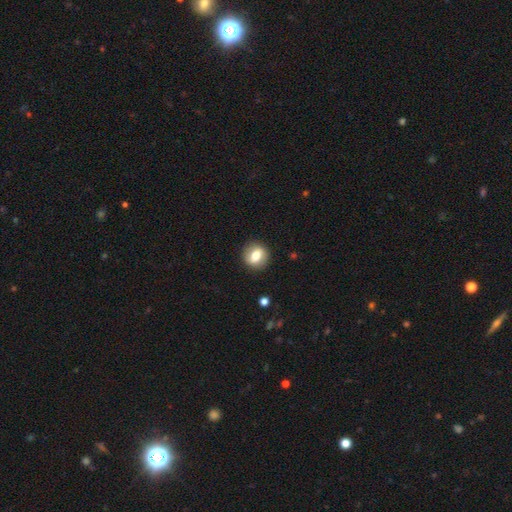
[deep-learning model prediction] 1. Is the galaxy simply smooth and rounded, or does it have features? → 68% smooth, 23% featured or disk, 8% star or artifact.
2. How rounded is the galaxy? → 79% round, 20% in between, 1% cigar-shaped.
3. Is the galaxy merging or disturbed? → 88% none, 8% minor disturbance, 3% major disturbance, 1% merger.